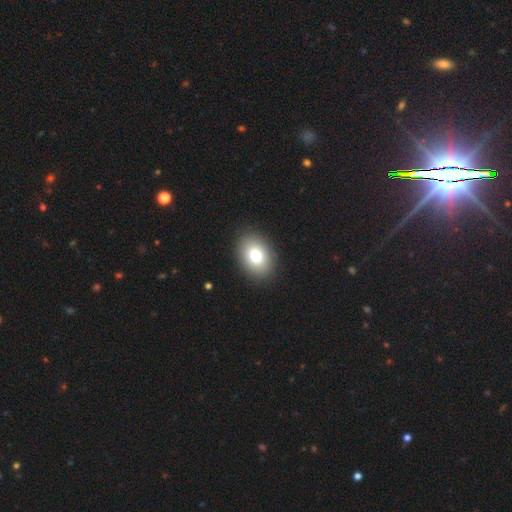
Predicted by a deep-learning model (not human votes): A smooth galaxy with no disk features (79%) that is in between round and cigar-shaped (76%). Merging: none (89%).